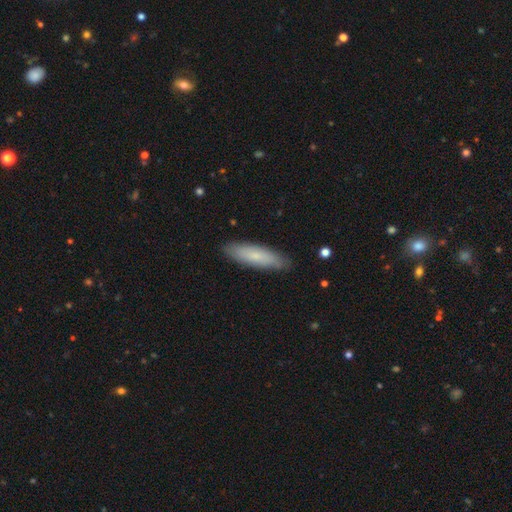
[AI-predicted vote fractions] Smooth or featured? smooth (73%)
How rounded? cigar-shaped (62%)
Merging? none (87%)